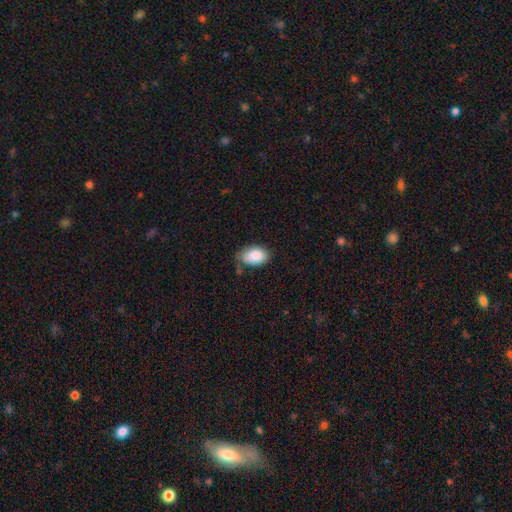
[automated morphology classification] smooth-or-featured: smooth: 86% | featured or disk: 7% | star or artifact: 7%
  how-rounded: in between: 90% | round: 9% | cigar-shaped: 1%
  merging: none: 57% | minor disturbance: 30% | major disturbance: 8% | merger: 5%